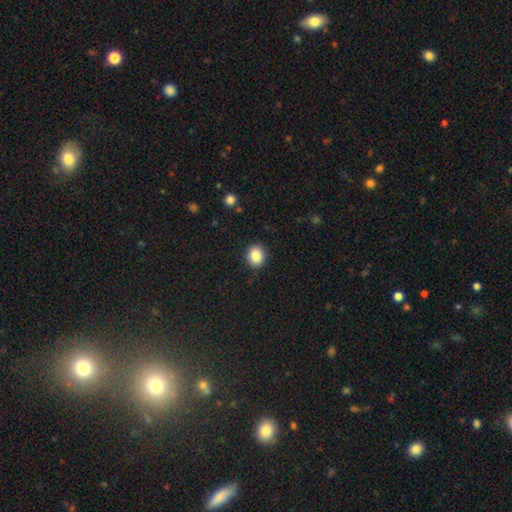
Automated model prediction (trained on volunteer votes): Smooth or featured?
  - smooth: 86% *
  - star or artifact: 9%
  - featured or disk: 5%
How rounded?
  - round: 73% *
  - in between: 26%
  - cigar-shaped: 1%
Merging?
  - none: 90% *
  - minor disturbance: 7%
  - major disturbance: 2%
  - merger: 1%